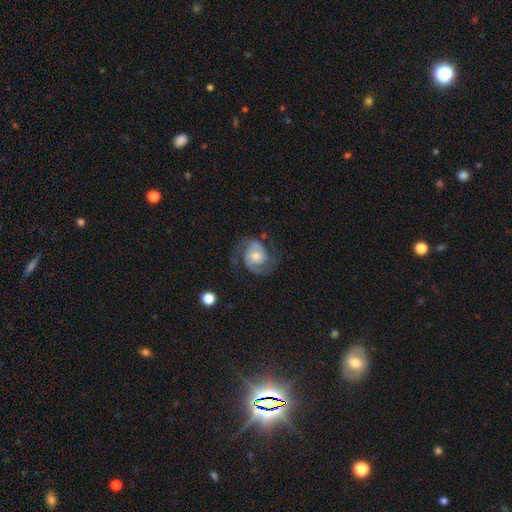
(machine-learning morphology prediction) Overall: featured or disk (81%). Edge-on disk: no (98%). Bar: no (59%; weak 34%). Spiral arms: yes (96%). Spiral arm count: 2 (90%). Spiral winding: medium (53%; tight 29%). Bulge size: moderate (45%; small 25%). Merging: none (69%).